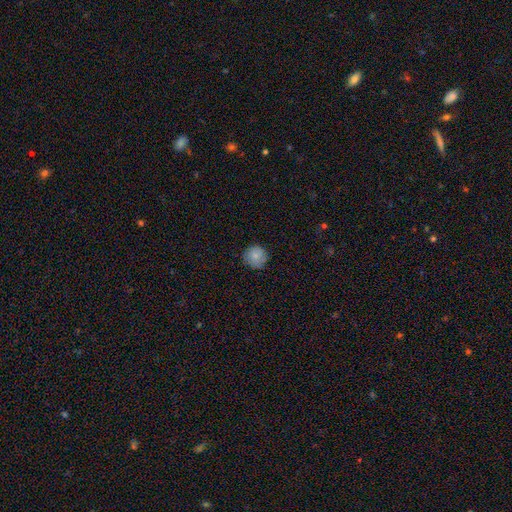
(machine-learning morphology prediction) type=smooth (82%); roundness=round (94%); merging=none (84%).